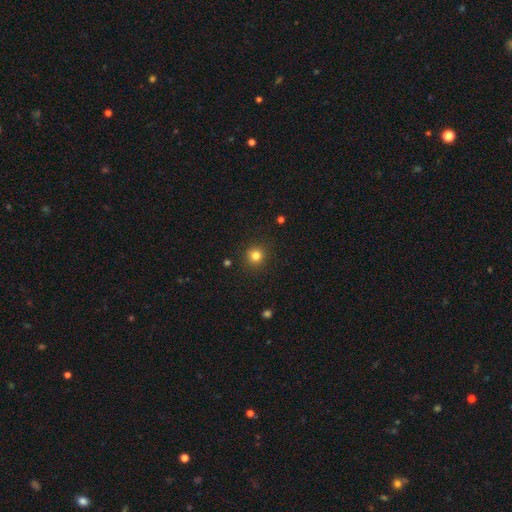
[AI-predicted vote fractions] The model was most divided on "smooth or featured": smooth: 81%, star or artifact: 13%, featured or disk: 5%. More confident: how rounded — round (92%); merging — none (91%).